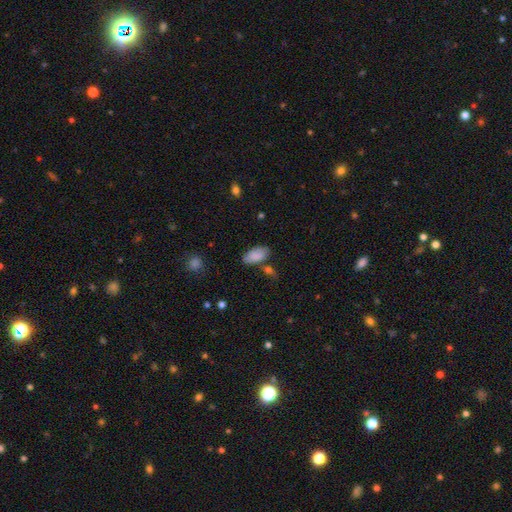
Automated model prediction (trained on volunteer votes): Overall: smooth (85%). How rounded: in between (94%). Merging: none (69%).